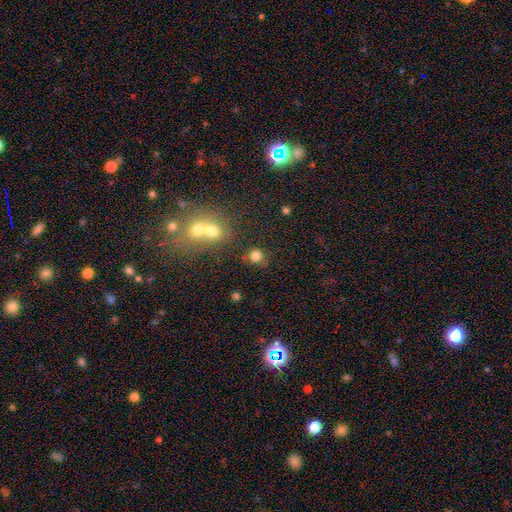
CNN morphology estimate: type=smooth (80%); roundness=round (87%); merging=none (68%).